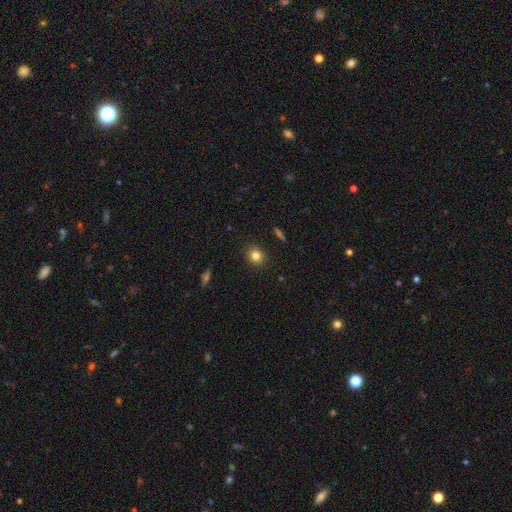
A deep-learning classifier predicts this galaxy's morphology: smooth 82%, star or artifact 12%, featured or disk 7%. Down the decision tree: how rounded — round (80%); merging — none (90%).